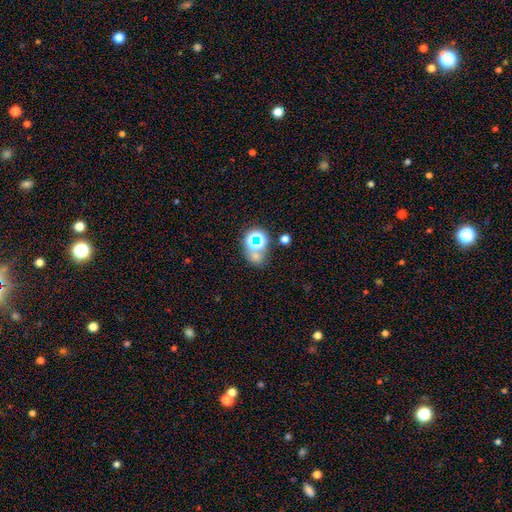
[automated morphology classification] This appears to be a star or artifact, not a galaxy (59%).